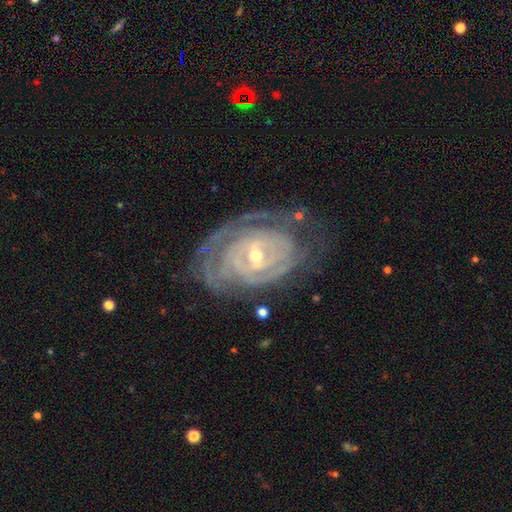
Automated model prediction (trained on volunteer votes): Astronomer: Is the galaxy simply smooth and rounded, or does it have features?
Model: featured or disk — 89%.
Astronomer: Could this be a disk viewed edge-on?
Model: no — 96%.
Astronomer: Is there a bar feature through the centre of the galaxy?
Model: weak — 48% (runner-up: strong, 28%).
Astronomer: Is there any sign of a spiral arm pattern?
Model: yes — 93%.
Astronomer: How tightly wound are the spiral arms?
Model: tight — 77%.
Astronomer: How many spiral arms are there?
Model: can't tell — 40% (runner-up: 2, 21%).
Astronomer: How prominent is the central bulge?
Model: small — 57% (runner-up: moderate, 40%).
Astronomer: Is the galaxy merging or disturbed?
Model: none — 63%.